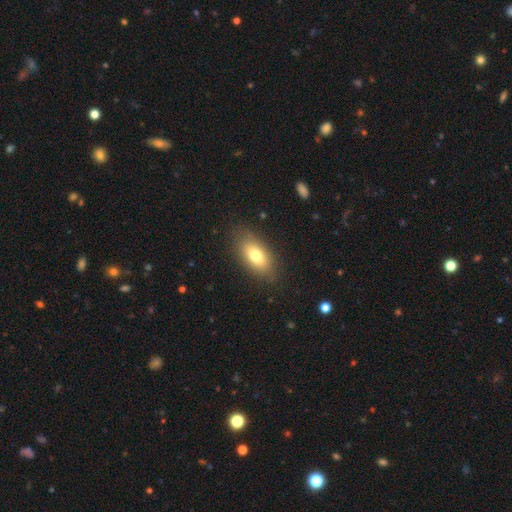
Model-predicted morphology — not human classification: A smooth galaxy with no disk features (75%) that is in between round and cigar-shaped (86%).

Vote fractions:
- Smooth or featured? smooth: 75% / featured or disk: 17% / star or artifact: 8%
- How rounded? in between: 86% / cigar-shaped: 8% / round: 6%
- Merging? none: 83% / minor disturbance: 12% / major disturbance: 4% / merger: 1%